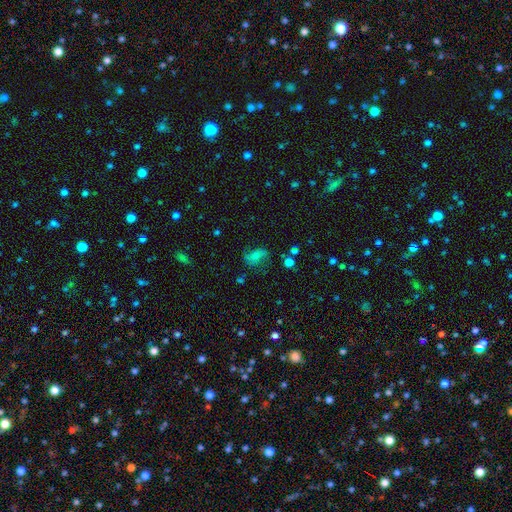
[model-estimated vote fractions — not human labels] featured or disk 49%, smooth 34%, star or artifact 17%. Down the decision tree: merging — none (64%).